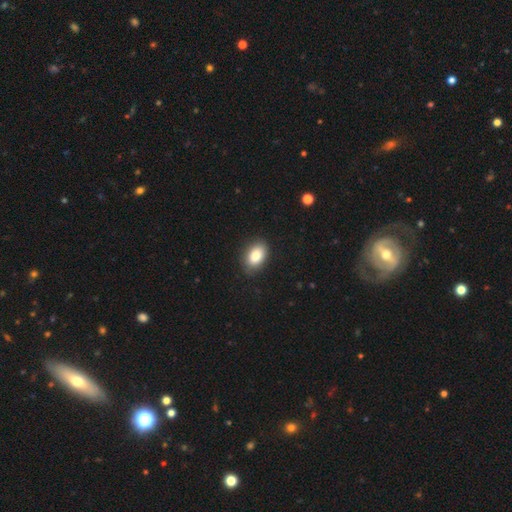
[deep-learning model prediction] Smooth or featured: smooth — 85% (star or artifact — 8%)
How rounded: in between — 88% (round — 11%)
Merging: none — 85% (minor disturbance — 11%)